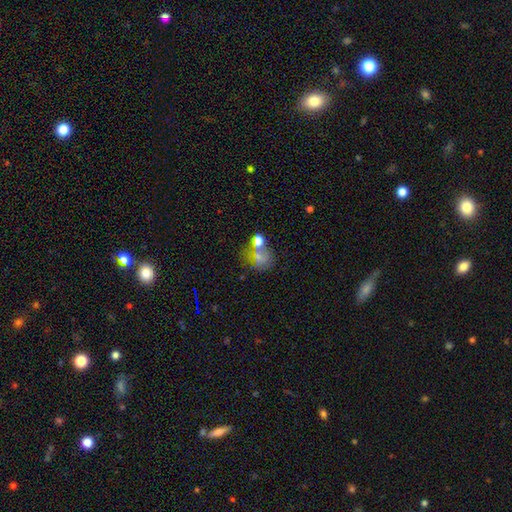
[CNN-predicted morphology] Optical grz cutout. It shows a smooth galaxy with no disk features (61%) that is round (56%). Merging: none (46%).